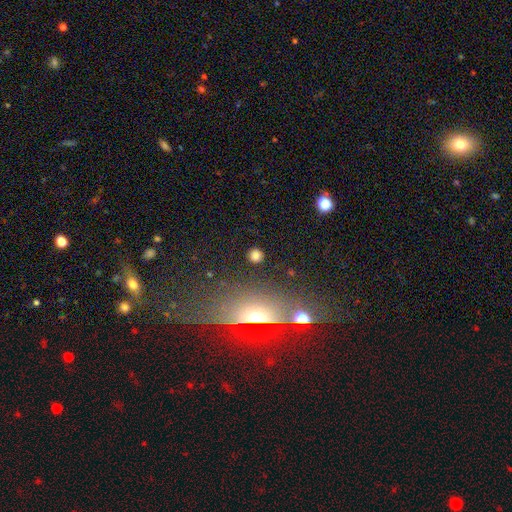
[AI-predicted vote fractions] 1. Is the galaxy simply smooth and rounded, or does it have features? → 78% smooth, 16% star or artifact, 5% featured or disk.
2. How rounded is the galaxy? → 92% round, 7% in between, 1% cigar-shaped.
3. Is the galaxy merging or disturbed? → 90% none, 5% minor disturbance, 2% major disturbance, 2% merger.